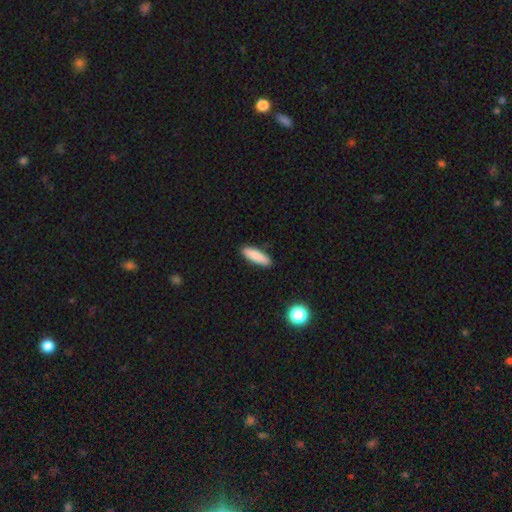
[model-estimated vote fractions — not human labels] Overall: smooth (87%). How rounded: cigar-shaped (59%; in between 39%). Merging: none (90%).